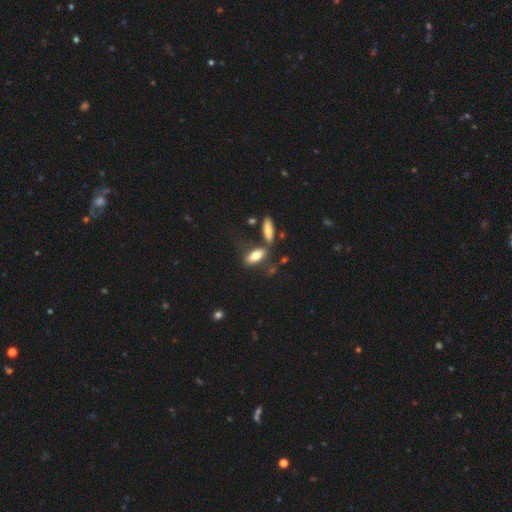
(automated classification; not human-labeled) Morphology: type=smooth (73%); roundness=in between (75%); merging=none (59%).